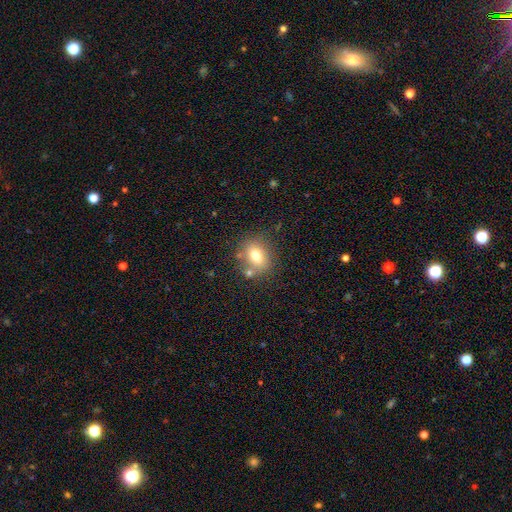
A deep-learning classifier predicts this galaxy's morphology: Smooth or featured? Predicted: smooth (p=0.72). How rounded? Predicted: round (p=0.57). Merging? Predicted: none (p=0.71).